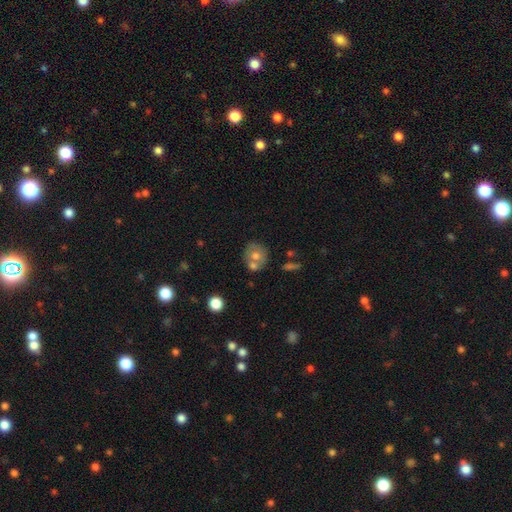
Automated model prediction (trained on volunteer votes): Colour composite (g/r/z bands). It shows a smooth galaxy with no disk features (63%) that is round (79%). Merging: none (49%).